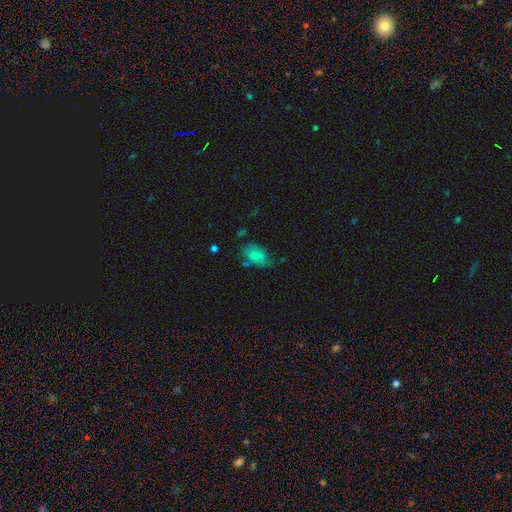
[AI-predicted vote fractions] smooth 76%, featured or disk 15%, star or artifact 9%. Down the decision tree: how rounded — in between (88%); merging — none (54%).